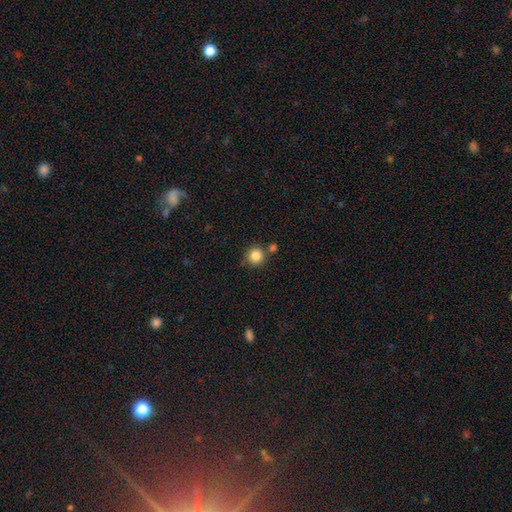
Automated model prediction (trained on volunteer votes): Smooth or featured? smooth (85%)
How rounded? round (94%)
Merging? none (76%)